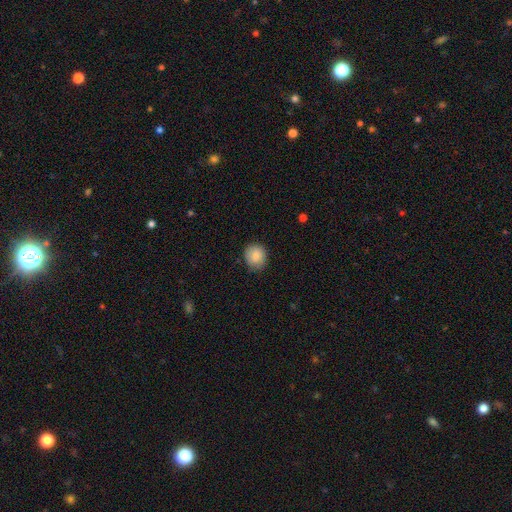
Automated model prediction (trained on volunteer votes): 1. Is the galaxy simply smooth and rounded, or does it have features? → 85% smooth, 8% star or artifact, 7% featured or disk.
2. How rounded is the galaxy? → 82% round, 17% in between, 1% cigar-shaped.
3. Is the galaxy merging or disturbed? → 82% none, 14% minor disturbance, 3% major disturbance, 1% merger.